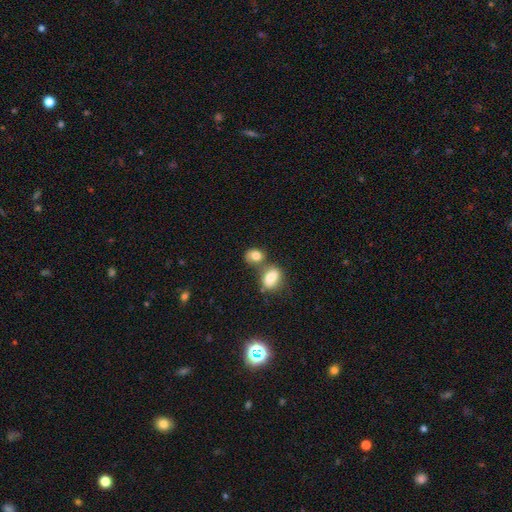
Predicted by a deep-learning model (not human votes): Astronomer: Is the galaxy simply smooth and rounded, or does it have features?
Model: smooth — 79%.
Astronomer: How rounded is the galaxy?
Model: in between — 56% (runner-up: round, 42%).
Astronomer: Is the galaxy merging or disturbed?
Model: merger — 40% (runner-up: none, 39%).